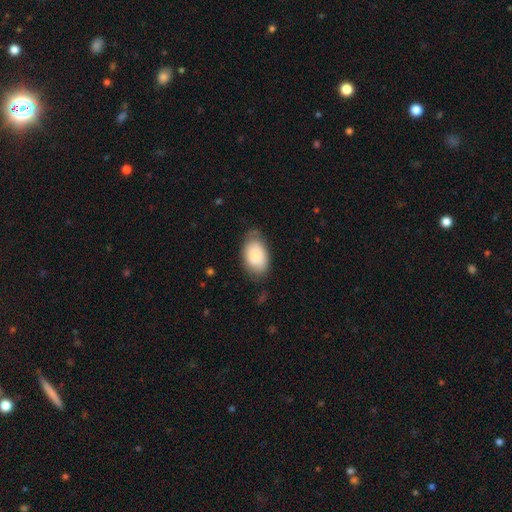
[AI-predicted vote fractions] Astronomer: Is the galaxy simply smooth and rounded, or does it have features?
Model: smooth — 80%.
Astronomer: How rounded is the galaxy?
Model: in between — 91%.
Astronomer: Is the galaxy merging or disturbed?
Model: none — 68%.